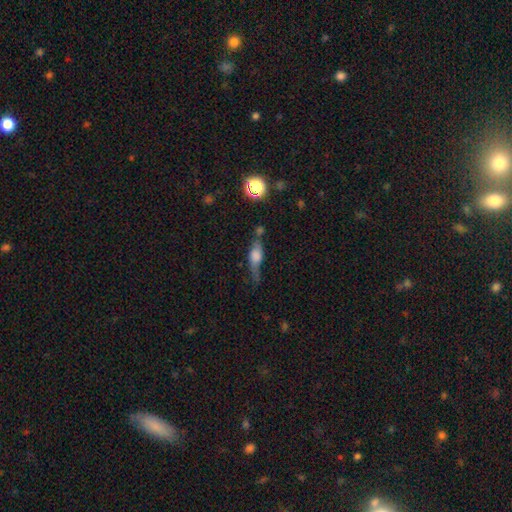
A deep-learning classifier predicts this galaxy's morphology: Q: Smooth or featured?
A: smooth (48%); runner-up: featured or disk (41%)
Q: Merging?
A: none (49%); runner-up: minor disturbance (28%)